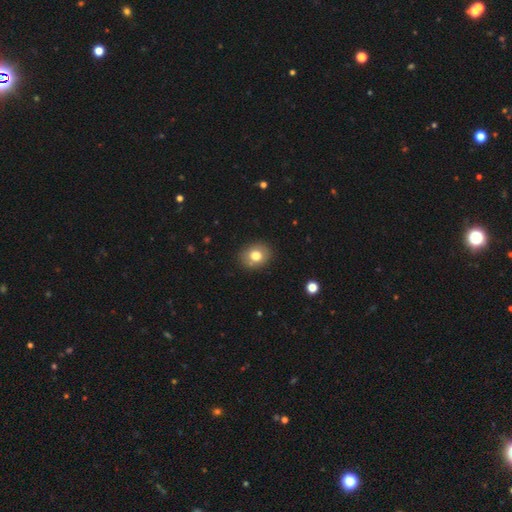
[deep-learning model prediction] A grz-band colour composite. It shows a smooth galaxy with no disk features (76%) that is round (60%). Merging: none (87%).